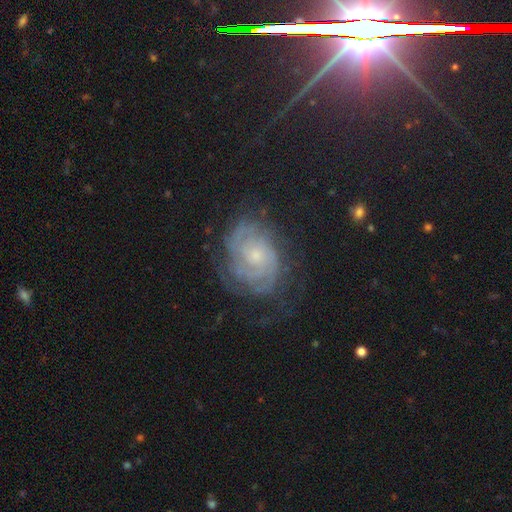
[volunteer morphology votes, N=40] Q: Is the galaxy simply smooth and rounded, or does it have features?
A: featured or disk — 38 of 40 (95%).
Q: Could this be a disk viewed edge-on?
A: no — 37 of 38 (97%).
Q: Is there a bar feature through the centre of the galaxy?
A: no — 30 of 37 (81%).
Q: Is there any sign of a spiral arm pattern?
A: yes — 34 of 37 (92%).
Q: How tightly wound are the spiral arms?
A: tight — 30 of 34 (88%).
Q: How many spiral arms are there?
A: can't tell — 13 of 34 (38%).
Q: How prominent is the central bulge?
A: small — 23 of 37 (62%).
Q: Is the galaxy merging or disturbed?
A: none — 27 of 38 (71%).